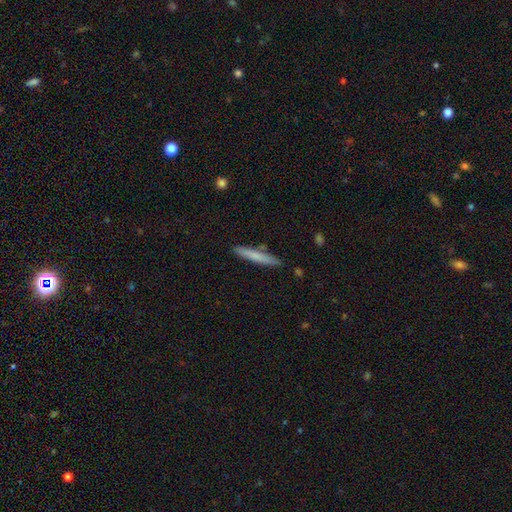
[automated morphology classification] A smooth galaxy with no disk features (70%) that is cigar-shaped (95%).

Vote fractions:
- Smooth or featured? smooth: 70% / featured or disk: 24% / star or artifact: 6%
- How rounded? cigar-shaped: 95% / in between: 4% / round: 1%
- Merging? none: 87% / minor disturbance: 9% / merger: 2% / major disturbance: 2%